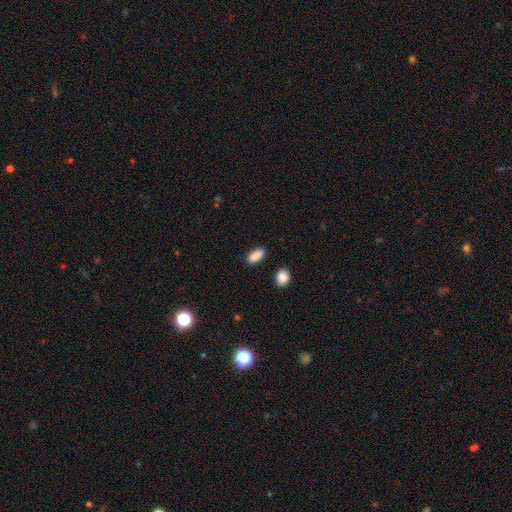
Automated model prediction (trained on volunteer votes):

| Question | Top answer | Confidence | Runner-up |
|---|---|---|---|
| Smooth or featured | smooth | 89% | star or artifact (7%) |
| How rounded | in between | 79% | cigar-shaped (18%) |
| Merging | none | 88% | minor disturbance (8%) |